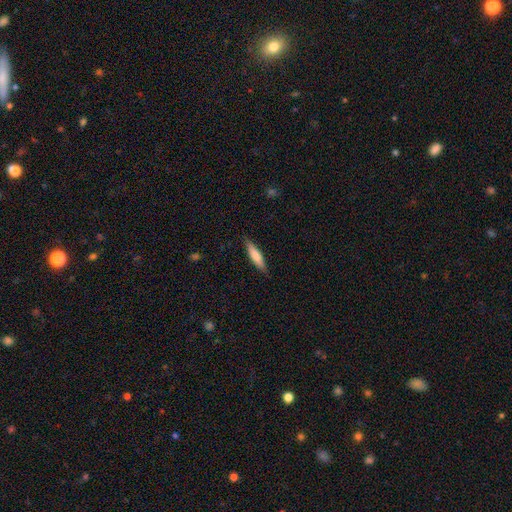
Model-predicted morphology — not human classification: This appears to be a smooth galaxy with no disk features (69%) that is cigar-shaped (80%). Merging: none (86%).